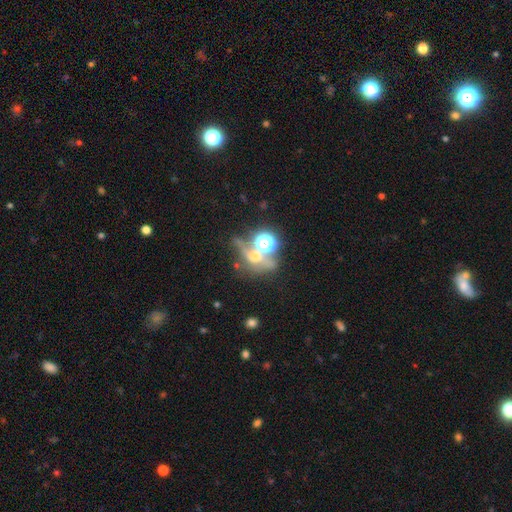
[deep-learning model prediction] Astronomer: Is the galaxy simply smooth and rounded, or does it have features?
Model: smooth — 38% (runner-up: star or artifact, 35%).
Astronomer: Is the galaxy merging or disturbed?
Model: none — 44% (runner-up: merger, 30%).